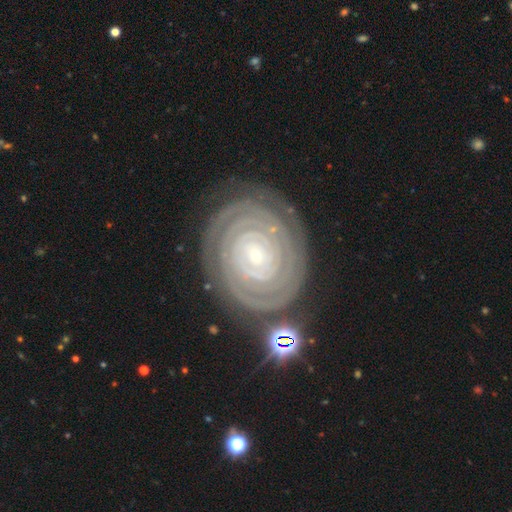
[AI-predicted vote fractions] Smooth or featured? featured or disk (89%)
Edge-on disk? no (97%)
Bar? no (71%)
Spiral arms? yes (98%)
Spiral winding? tight (93%)
Spiral arm count? 2 (28%)
Bulge size? small (86%)
Merging? none (82%)